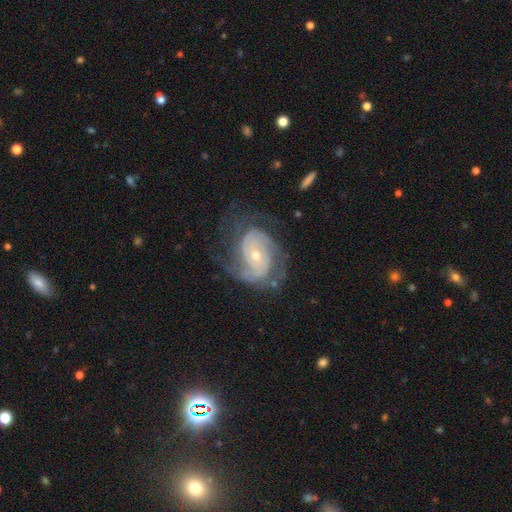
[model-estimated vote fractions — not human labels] Morphology: type=featured or disk (87%); edge-on=no (97%); bar=no (67%); spiral arms=yes (95%); winding=tight (57%); arm count=2 (43%); bulge=small (57%); merging=none (62%).